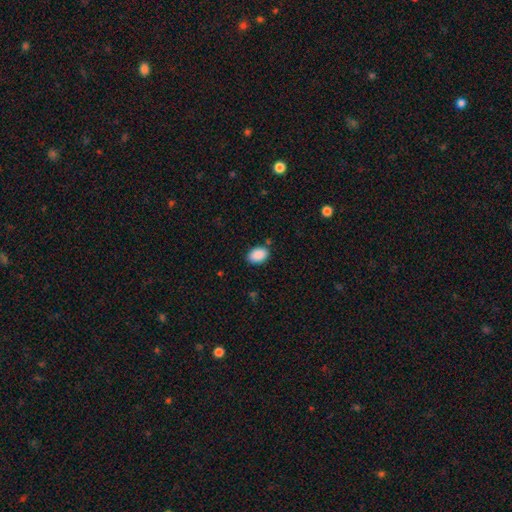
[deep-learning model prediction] Smooth or featured? Predicted: smooth (p=0.90). How rounded? Predicted: in between (p=0.87). Merging? Predicted: none (p=0.83).